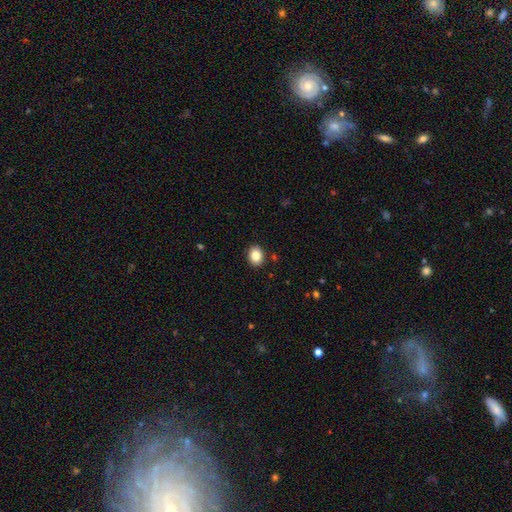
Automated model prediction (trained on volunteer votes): smooth_or_featured: smooth (p=0.85) [alt: star or artifact p=0.09]
how_rounded: in between (p=0.50) [alt: round p=0.49]
merging: none (p=0.90) [alt: minor disturbance p=0.07]